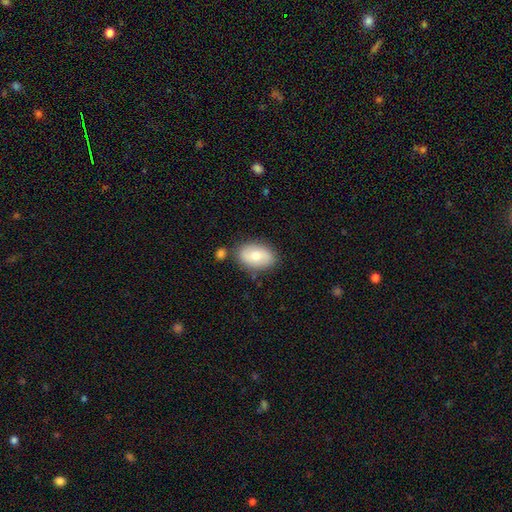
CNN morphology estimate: smooth_or_featured: smooth (p=0.64) [alt: featured or disk p=0.30]
how_rounded: in between (p=0.88) [alt: round p=0.11]
merging: none (p=0.78) [alt: minor disturbance p=0.14]